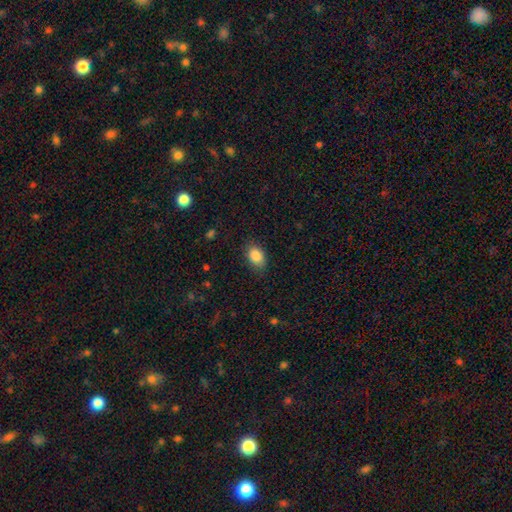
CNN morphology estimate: This is clearly a smooth galaxy (88%). How rounded: clearly in between (86%). Merging: clearly none (81%).